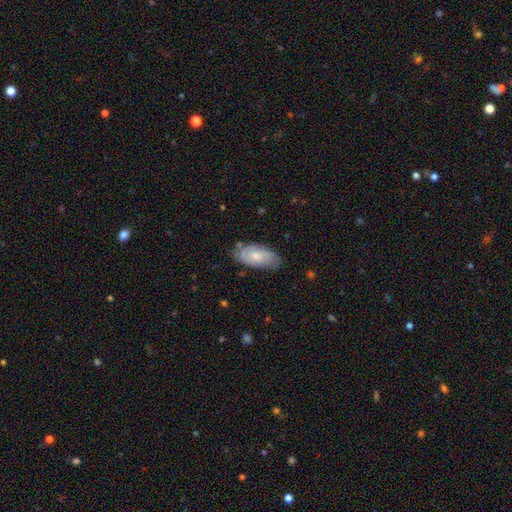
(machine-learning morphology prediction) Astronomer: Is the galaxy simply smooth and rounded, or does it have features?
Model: smooth — 48% (runner-up: featured or disk, 46%).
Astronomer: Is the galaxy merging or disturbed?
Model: none — 71%.